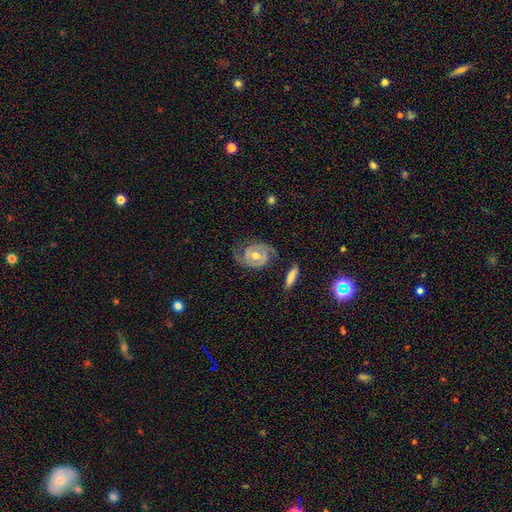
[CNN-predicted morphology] A featured or disk galaxy (83%) with no bar (47%), 2 (83%) tight (54%) spiral arms (94%) and a moderate central bulge (70%).

Vote fractions:
- Smooth or featured? featured or disk: 83% / smooth: 11% / star or artifact: 6%
- Edge-on disk? no: 96% / yes: 4%
- Bar? no: 47% / weak: 38% / strong: 15%
- Spiral arms? yes: 94% / no: 6%
- Spiral winding? tight: 54% / medium: 37% / loose: 10%
- Spiral arm count? 2: 83% / can't tell: 8% / 1: 3% / 3: 3% / 4: 1% / more than 4: 1%
- Bulge size? moderate: 70% / small: 24% / large: 4% / none: 1% / dominant: 1%
- Merging? none: 71% / minor disturbance: 18% / major disturbance: 9% / merger: 2%